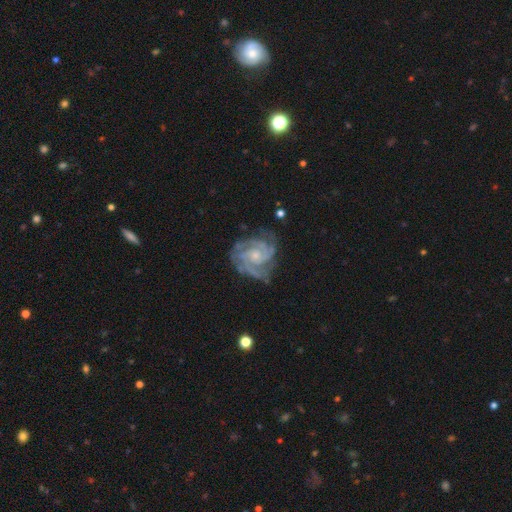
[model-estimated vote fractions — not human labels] This appears to be a featured or disk galaxy (91%) with no bar (70%), 3 (39%) tight (63%) spiral arms (98%) and a small central bulge (67%). Merging: none (71%).